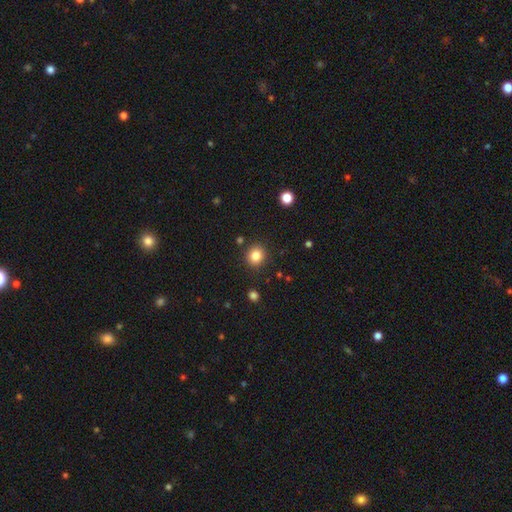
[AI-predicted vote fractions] smooth_or_featured: smooth (p=0.83) [alt: star or artifact p=0.11]
how_rounded: round (p=0.83) [alt: in between p=0.16]
merging: none (p=0.88) [alt: minor disturbance p=0.07]